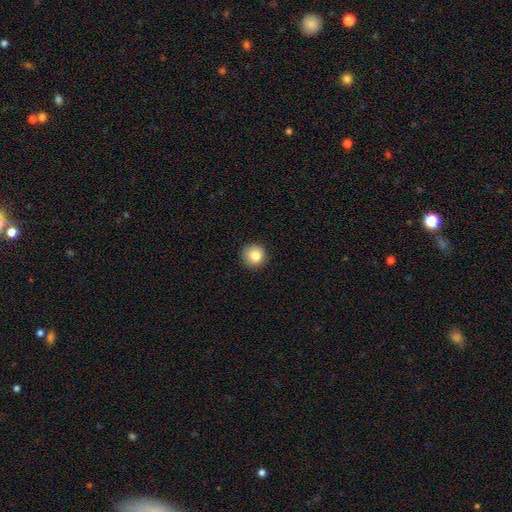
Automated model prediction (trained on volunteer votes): A smooth galaxy with no disk features (84%) that is round (95%). Merging: none (91%).